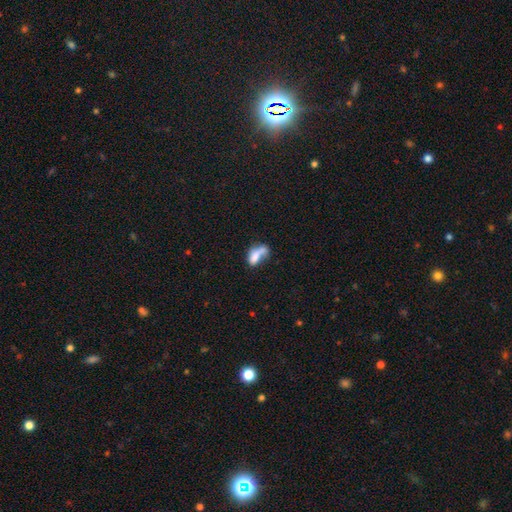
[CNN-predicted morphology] type=smooth (69%); roundness=in between (82%); merging=merger (41%).